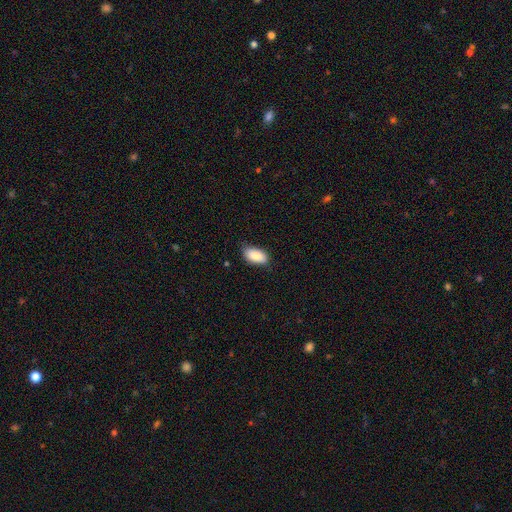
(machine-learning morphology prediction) type=smooth (89%); roundness=in between (94%); merging=none (80%).